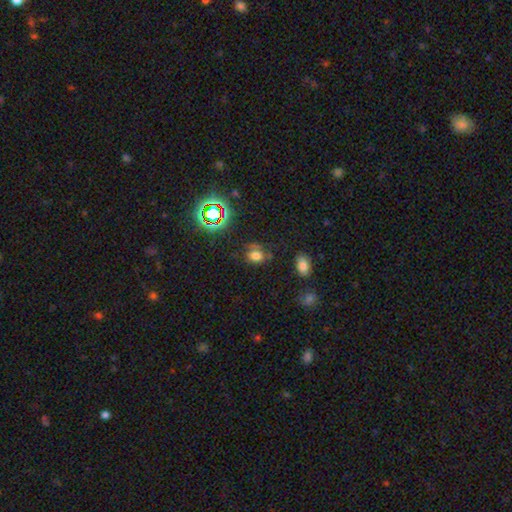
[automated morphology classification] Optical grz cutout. It shows a smooth galaxy with no disk features (64%) that is in between round and cigar-shaped (59%). Merging: none (59%).